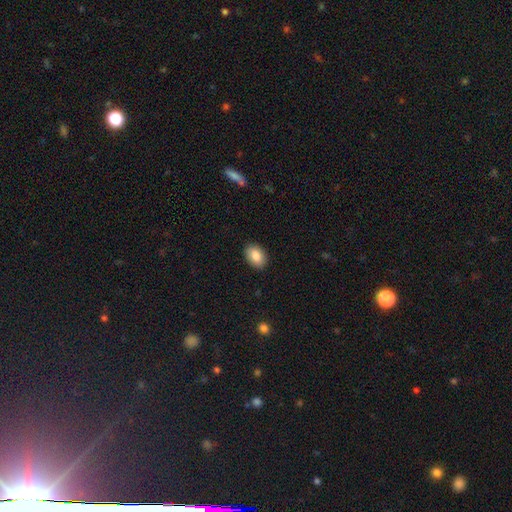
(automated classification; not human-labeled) Smooth or featured? Predicted: smooth (p=0.85). How rounded? Predicted: in between (p=0.83). Merging? Predicted: none (p=0.90).